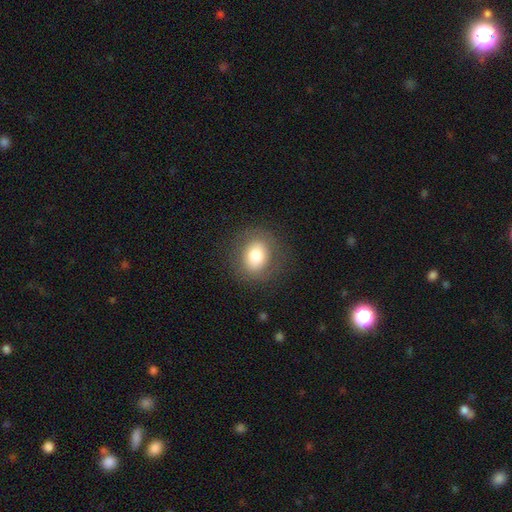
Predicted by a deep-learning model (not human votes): The model was most divided on "how rounded": round: 63%, in between: 36%, cigar-shaped: 1%. More confident: merging — none (84%); smooth or featured — smooth (75%).